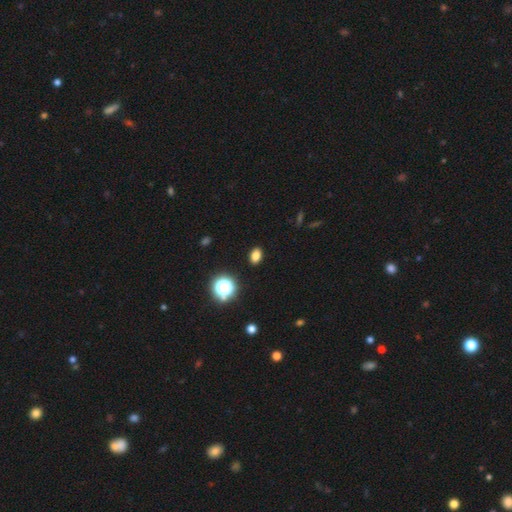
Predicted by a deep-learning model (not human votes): Q: Smooth or featured?
A: smooth (79%); runner-up: star or artifact (16%)
Q: How rounded?
A: in between (79%); runner-up: round (19%)
Q: Merging?
A: none (90%); runner-up: minor disturbance (7%)